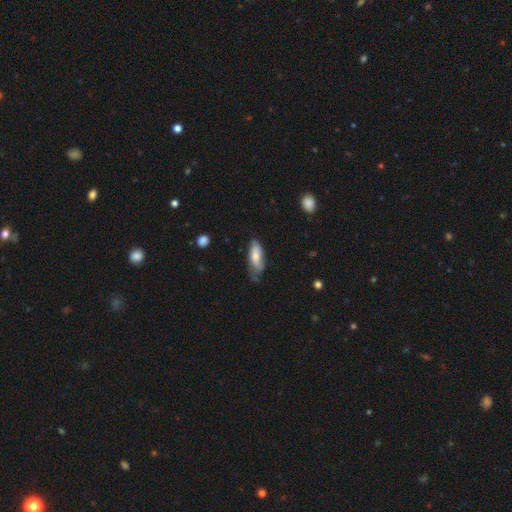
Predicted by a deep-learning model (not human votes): smooth_or_featured: smooth (p=0.70) [alt: featured or disk p=0.24]
how_rounded: in between (p=0.68) [alt: cigar-shaped p=0.30]
merging: none (p=0.52) [alt: minor disturbance p=0.35]